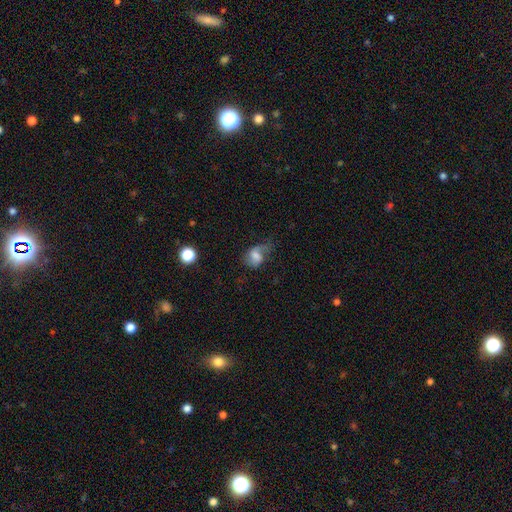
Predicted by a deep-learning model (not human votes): smooth-or-featured: smooth: 53% | featured or disk: 36% | star or artifact: 11%
  how-rounded: in between: 68% | round: 30% | cigar-shaped: 2%
  merging: none: 37% | minor disturbance: 30% | major disturbance: 30% | merger: 3%